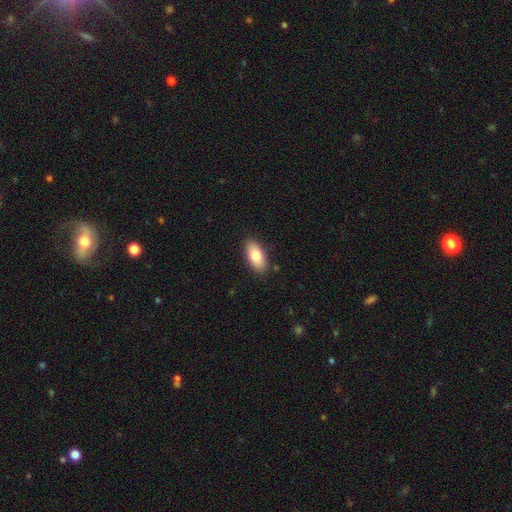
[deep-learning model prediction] Overall: smooth (81%). How rounded: in between (90%). Merging: none (87%).